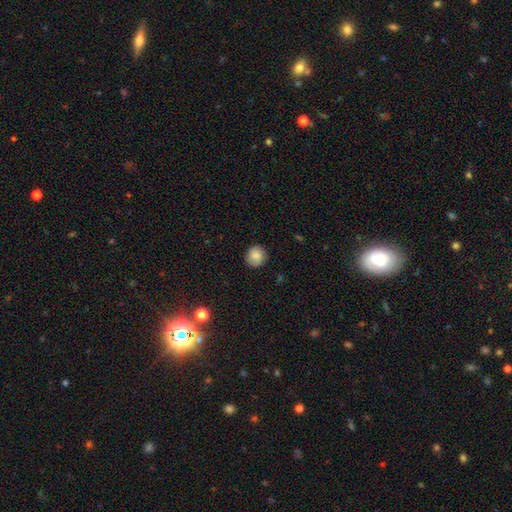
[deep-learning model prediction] Smooth or featured? smooth (86%)
How rounded? round (90%)
Merging? none (89%)